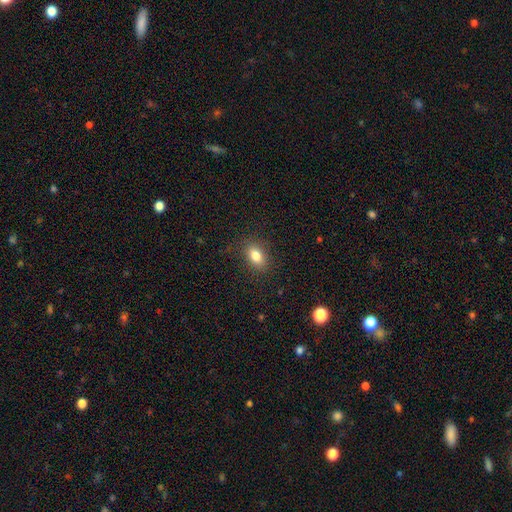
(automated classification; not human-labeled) This is clearly a smooth galaxy (82%). How rounded: clearly in between (83%). Merging: clearly none (87%).